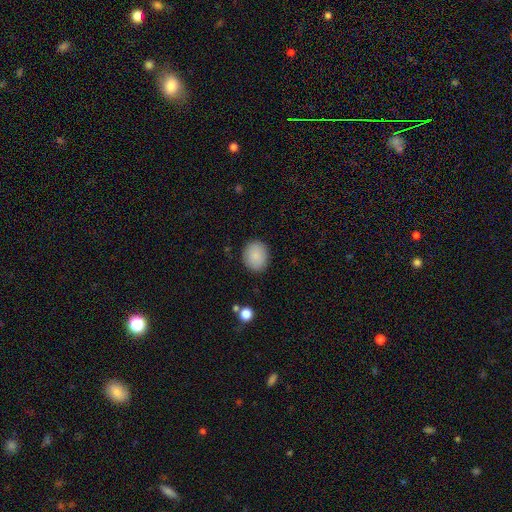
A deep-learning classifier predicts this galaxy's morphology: Smooth or featured? smooth (88%)
How rounded? round (59%)
Merging? none (88%)